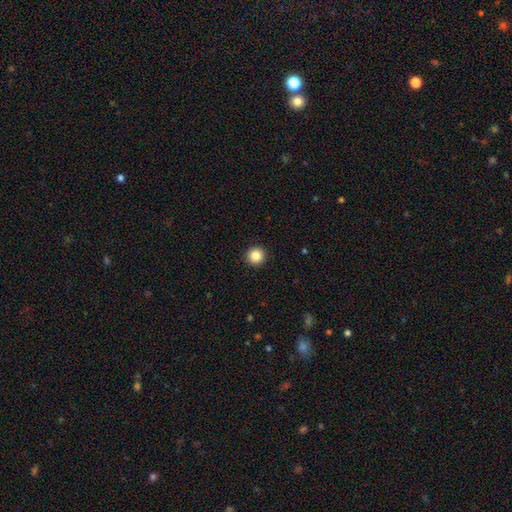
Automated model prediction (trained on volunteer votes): A smooth galaxy with no disk features (86%) that is round (96%).

Vote fractions:
- Smooth or featured? smooth: 86% / star or artifact: 10% / featured or disk: 4%
- How rounded? round: 96% / in between: 4% / cigar-shaped: 1%
- Merging? none: 93% / minor disturbance: 4% / major disturbance: 2% / merger: 1%